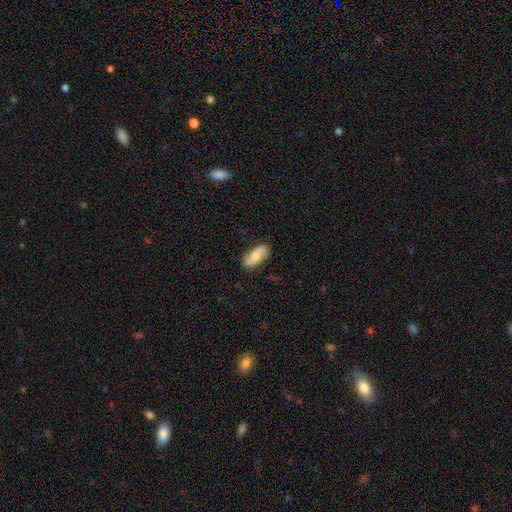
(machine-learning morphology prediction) Smooth or featured: smooth — 47% (featured or disk — 46%)
Merging: none — 80% (minor disturbance — 15%)